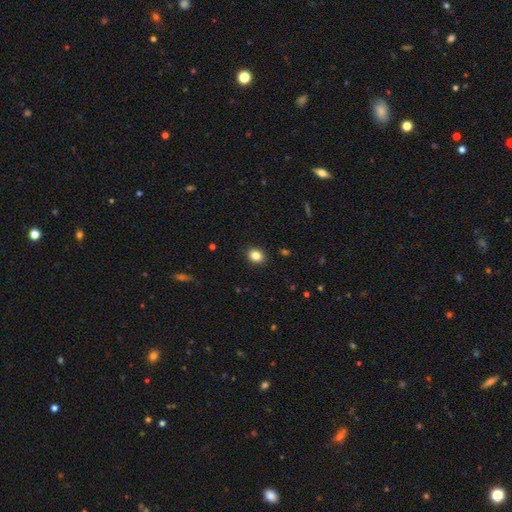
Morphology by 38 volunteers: Smooth or featured?
  - smooth: 89% *
  - star or artifact: 8%
  - featured or disk: 3%
How rounded?
  - in between: 53% *
  - round: 47%
  - cigar-shaped: 0%
Merging?
  - none: 94% *
  - minor disturbance: 6%
  - major disturbance: 0%
  - merger: 0%